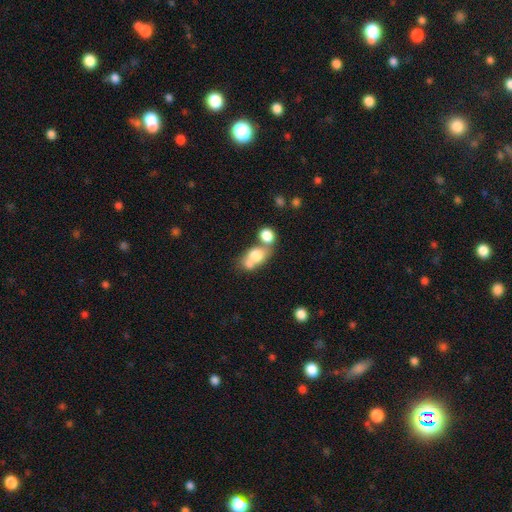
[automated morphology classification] type=smooth (70%); roundness=in between (58%); merging=merger (57%).